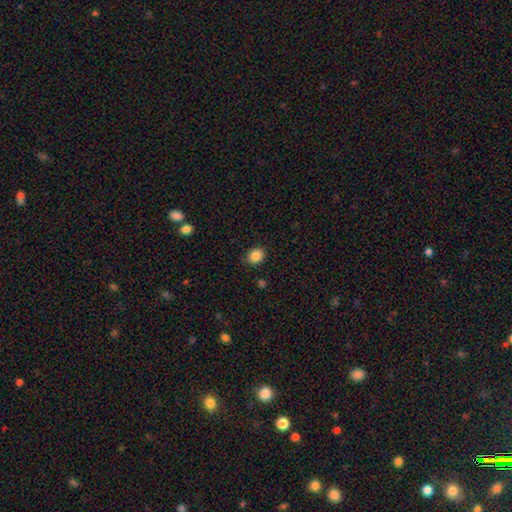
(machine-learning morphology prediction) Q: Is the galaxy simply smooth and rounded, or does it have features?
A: smooth — 87%.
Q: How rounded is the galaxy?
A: round — 69%.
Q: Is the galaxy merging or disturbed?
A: none — 86%.